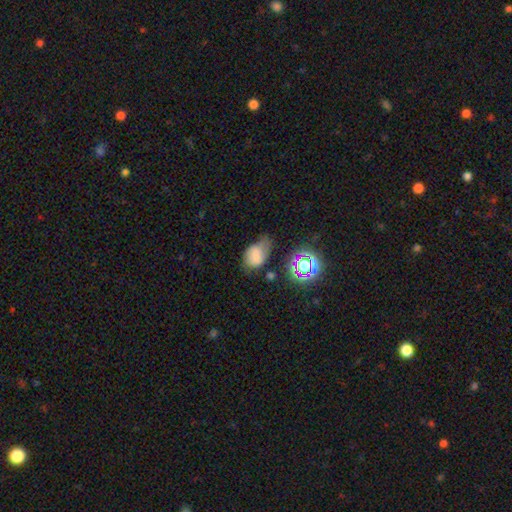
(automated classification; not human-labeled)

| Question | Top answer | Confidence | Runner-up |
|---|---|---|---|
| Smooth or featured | smooth | 68% | star or artifact (16%) |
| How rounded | in between | 81% | round (18%) |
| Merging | none | 39% | tied: minor disturbance (39%) |